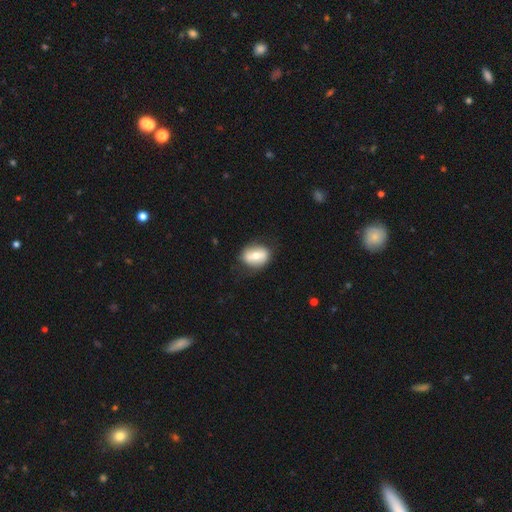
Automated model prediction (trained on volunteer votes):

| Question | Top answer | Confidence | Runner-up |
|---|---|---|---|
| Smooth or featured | smooth | 52% | featured or disk (40%) |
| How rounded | in between | 61% | round (37%) |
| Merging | none | 77% | minor disturbance (16%) |